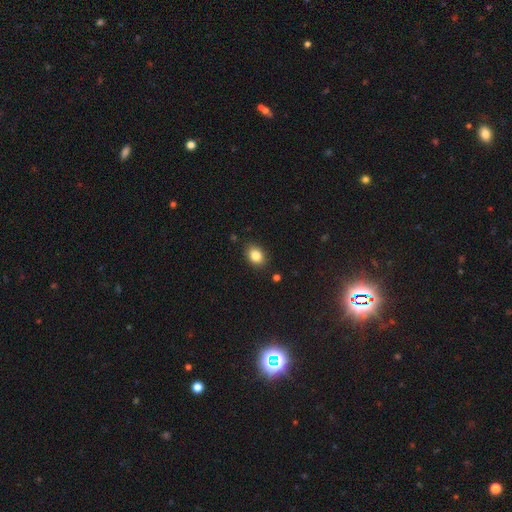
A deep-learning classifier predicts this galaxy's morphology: A smooth galaxy with no disk features (84%) that is in between round and cigar-shaped (65%).

Vote fractions:
- Smooth or featured? smooth: 84% / star or artifact: 9% / featured or disk: 6%
- How rounded? in between: 65% / round: 34% / cigar-shaped: 1%
- Merging? none: 87% / minor disturbance: 10% / major disturbance: 2% / merger: 2%